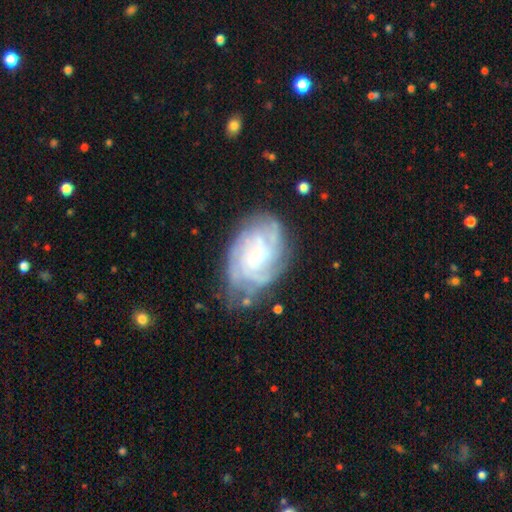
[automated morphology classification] Smooth or featured? Predicted: featured or disk (p=0.80). Edge-on disk? Predicted: no (p=0.97). Bar? Predicted: no (p=0.66). Spiral arms? Predicted: yes (p=0.93). Spiral winding? Predicted: tight (p=0.65). Spiral arm count? Predicted: can't tell (p=0.41). Bulge size? Predicted: small (p=0.64). Merging? Predicted: none (p=0.66).